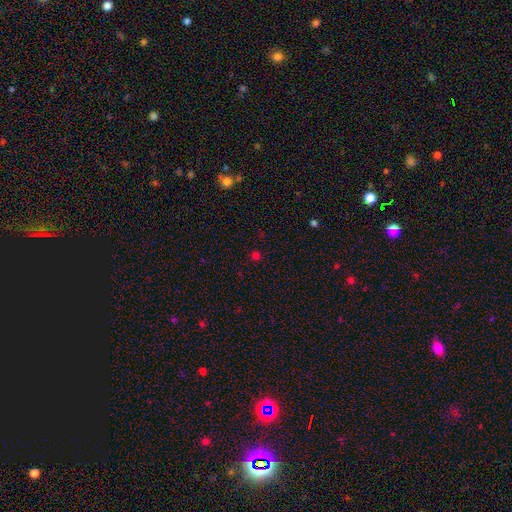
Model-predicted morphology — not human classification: smooth 64%, star or artifact 31%, featured or disk 5%. Down the decision tree: how rounded — round (91%); merging — none (87%).